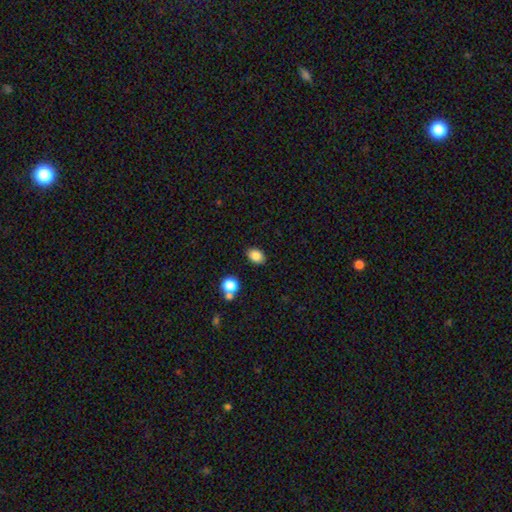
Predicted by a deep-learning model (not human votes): Smooth or featured?
  - smooth: 85% *
  - star or artifact: 10%
  - featured or disk: 6%
How rounded?
  - in between: 76% *
  - round: 23%
  - cigar-shaped: 1%
Merging?
  - none: 86% *
  - minor disturbance: 9%
  - merger: 3%
  - major disturbance: 2%